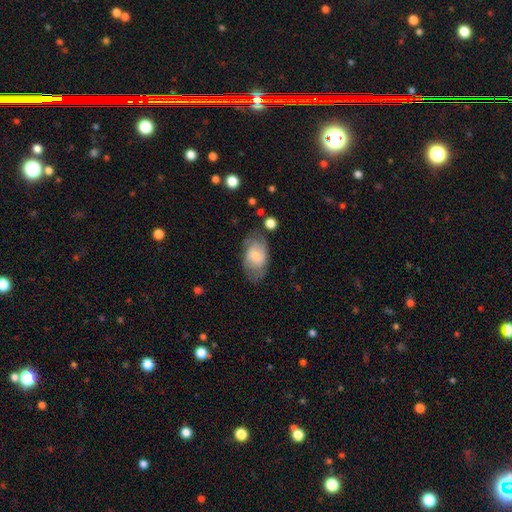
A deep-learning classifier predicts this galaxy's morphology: A smooth galaxy with no disk features (58%) that is in between round and cigar-shaped (88%). Merging: none (57%).